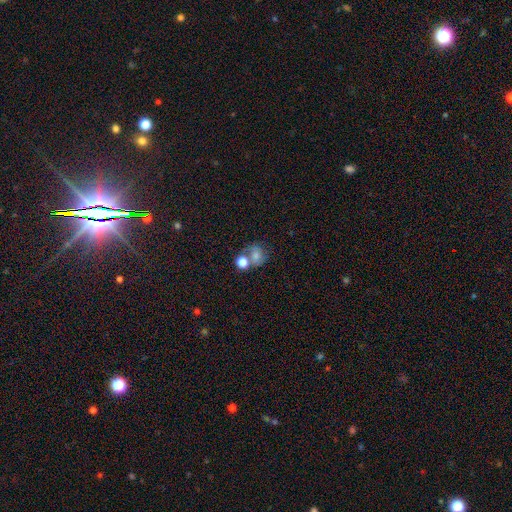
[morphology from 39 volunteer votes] This appears to be a smooth galaxy with no disk features (69%) that is round (78%). Merging: none (40%).